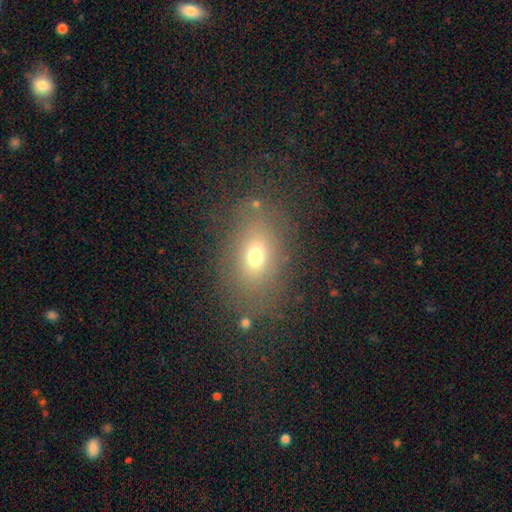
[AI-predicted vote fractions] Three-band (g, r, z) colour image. It shows a smooth galaxy with no disk features (67%) that is in between round and cigar-shaped (73%). Merging: none (77%).